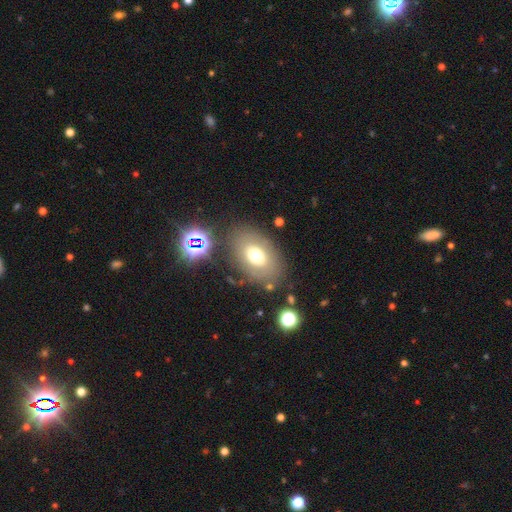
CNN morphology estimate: Q: Smooth or featured?
A: smooth (63%); runner-up: featured or disk (24%)
Q: How rounded?
A: in between (82%); runner-up: round (17%)
Q: Merging?
A: none (77%); runner-up: minor disturbance (13%)